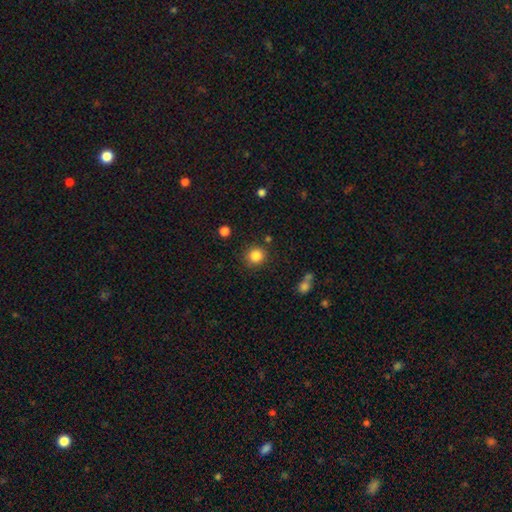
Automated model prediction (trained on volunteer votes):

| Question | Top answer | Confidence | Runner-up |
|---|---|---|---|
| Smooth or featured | smooth | 85% | star or artifact (11%) |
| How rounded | round | 90% | in between (9%) |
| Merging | none | 86% | minor disturbance (8%) |